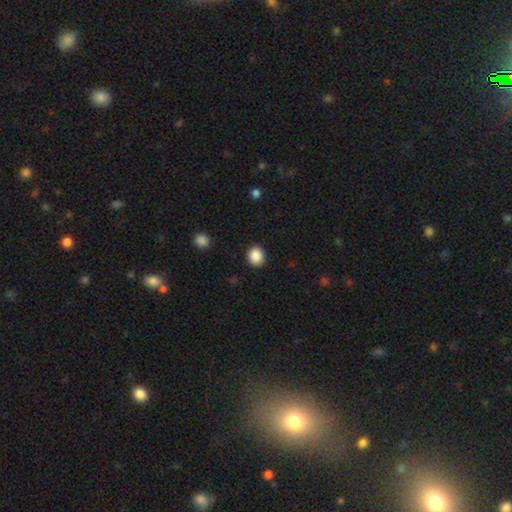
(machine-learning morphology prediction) smooth_or_featured: smooth (p=0.89) [alt: star or artifact p=0.09]
how_rounded: round (p=0.69) [alt: in between p=0.30]
merging: none (p=0.89) [alt: minor disturbance p=0.07]